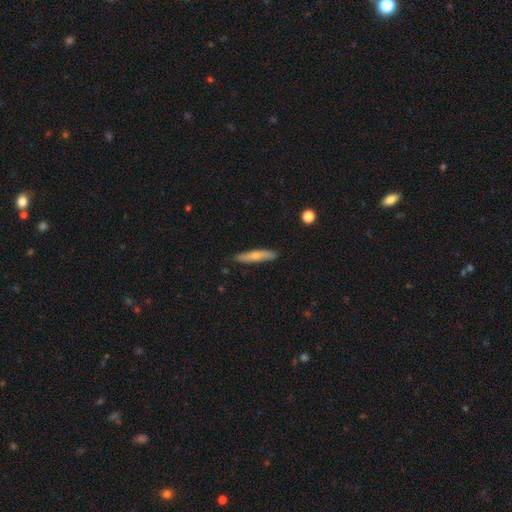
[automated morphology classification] type=smooth (62%); roundness=cigar-shaped (87%); merging=none (84%).